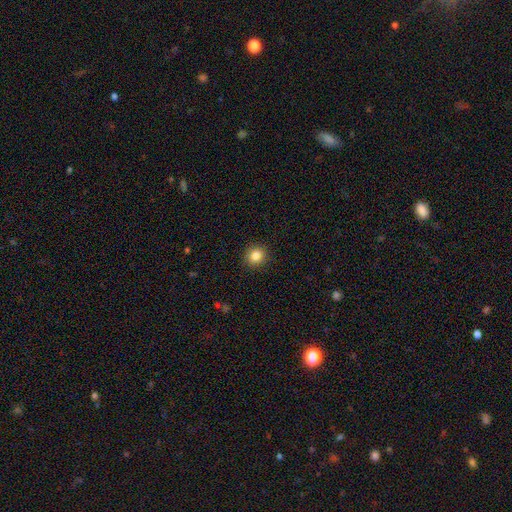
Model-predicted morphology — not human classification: Overall: smooth (84%). How rounded: round (89%). Merging: none (91%).